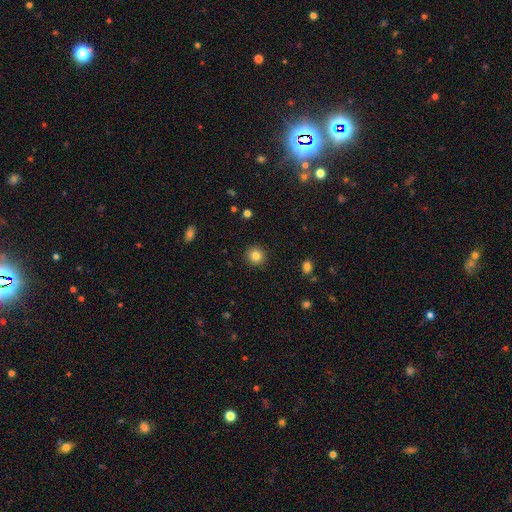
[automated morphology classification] Smooth or featured? Predicted: smooth (p=0.83). How rounded? Predicted: round (p=0.92). Merging? Predicted: none (p=0.92).